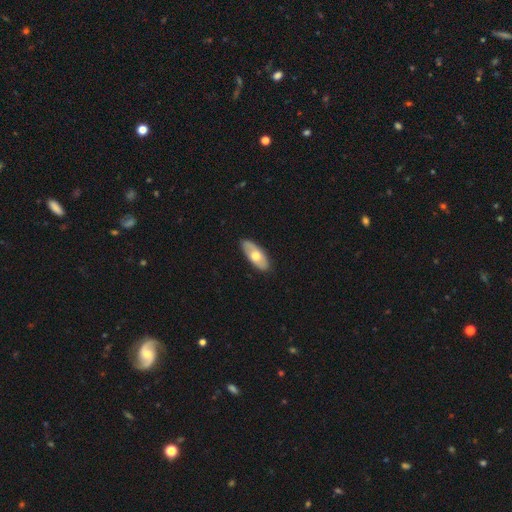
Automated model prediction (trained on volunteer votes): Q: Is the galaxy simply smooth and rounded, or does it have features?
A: smooth — 58%.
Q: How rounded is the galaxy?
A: in between — 85%.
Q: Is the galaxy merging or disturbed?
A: none — 86%.